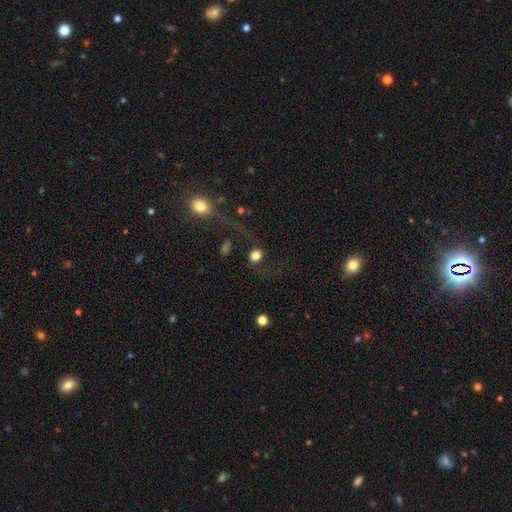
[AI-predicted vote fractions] Morphology: type=smooth (61%); roundness=round (76%); merging=none (56%).